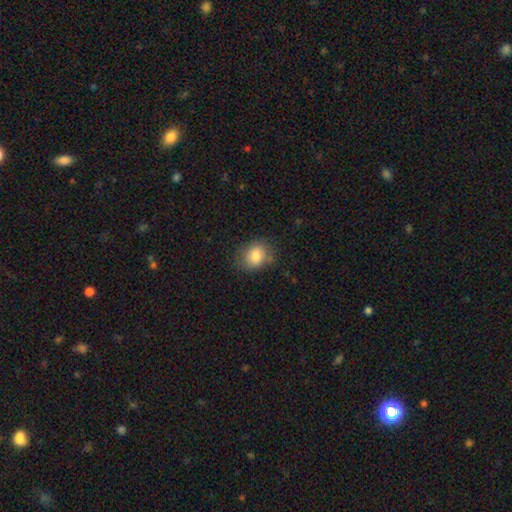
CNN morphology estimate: A smooth galaxy with no disk features (83%) that is round (53%). Merging: none (76%).